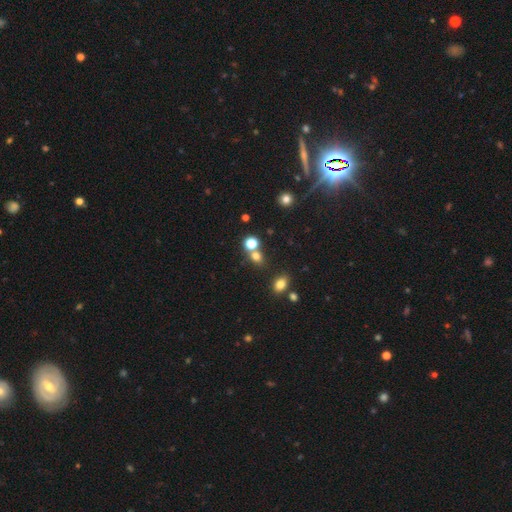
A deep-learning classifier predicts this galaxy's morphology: smooth_or_featured: smooth (p=0.72) [alt: star or artifact p=0.20]
how_rounded: round (p=0.71) [alt: in between p=0.28]
merging: none (p=0.57) [alt: merger p=0.30]